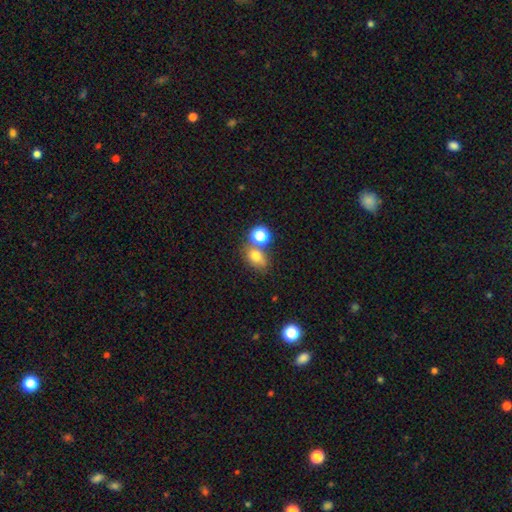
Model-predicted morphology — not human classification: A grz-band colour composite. It shows a smooth galaxy with no disk features (73%) that is in between round and cigar-shaped (54%). Merging: none (55%).